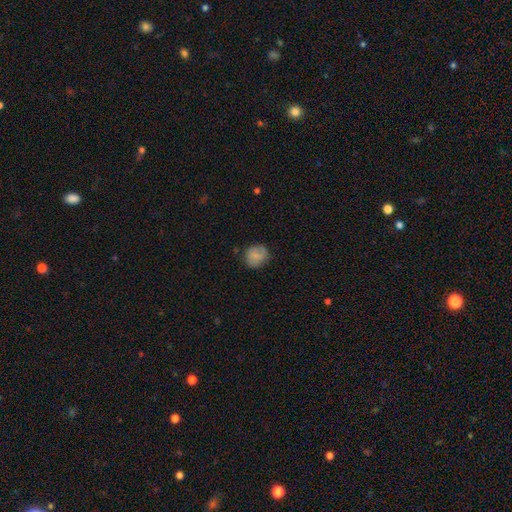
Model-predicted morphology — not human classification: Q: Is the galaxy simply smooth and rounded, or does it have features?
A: smooth — 72%.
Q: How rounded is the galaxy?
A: round — 77%.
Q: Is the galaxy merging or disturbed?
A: none — 71%.